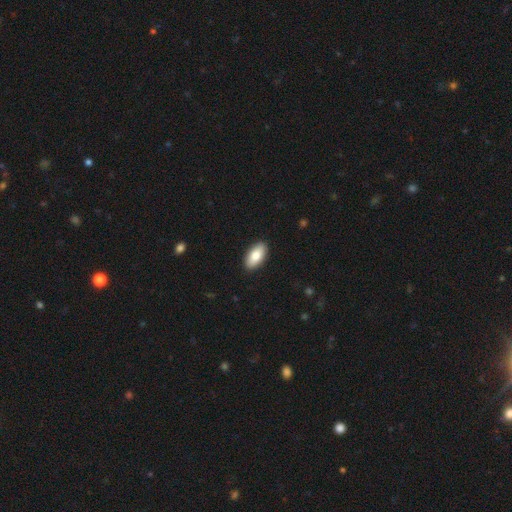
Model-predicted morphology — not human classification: smooth 83%, featured or disk 11%, star or artifact 6%. Down the decision tree: how rounded — in between (92%); merging — none (90%).